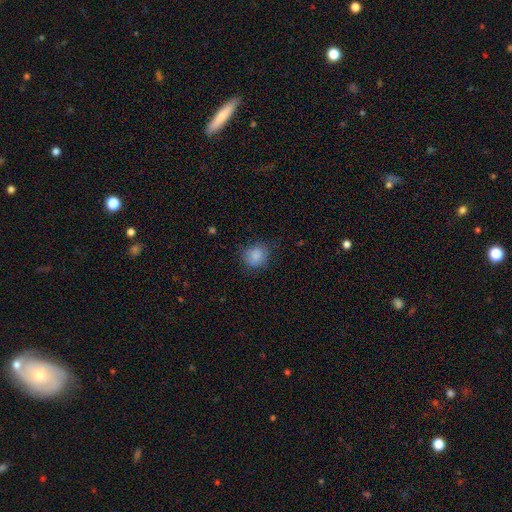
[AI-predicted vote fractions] smooth-or-featured: smooth: 86% | star or artifact: 9% | featured or disk: 6%
  how-rounded: round: 78% | in between: 21% | cigar-shaped: 1%
  merging: none: 76% | minor disturbance: 18% | major disturbance: 5% | merger: 1%